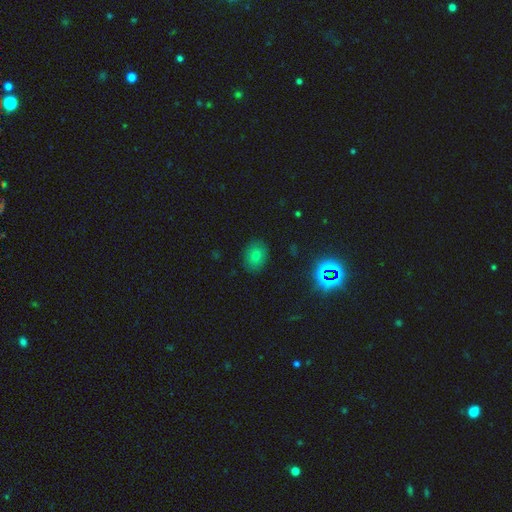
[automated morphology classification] Smooth or featured? Predicted: smooth (p=0.69). How rounded? Predicted: in between (p=0.56). Merging? Predicted: none (p=0.85).